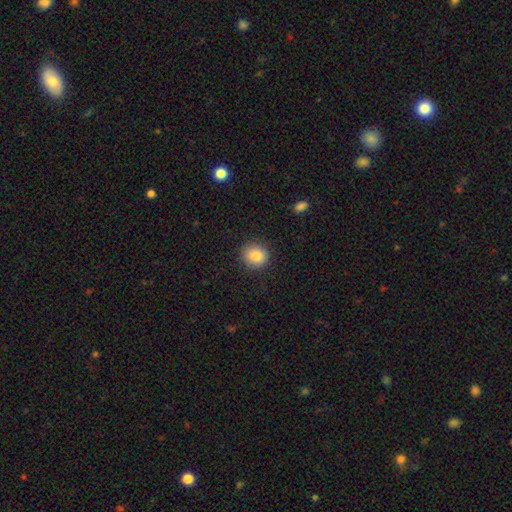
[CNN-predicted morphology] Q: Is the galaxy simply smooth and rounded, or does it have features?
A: smooth — 86%.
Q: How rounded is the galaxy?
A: round — 83%.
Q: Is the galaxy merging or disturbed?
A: none — 88%.